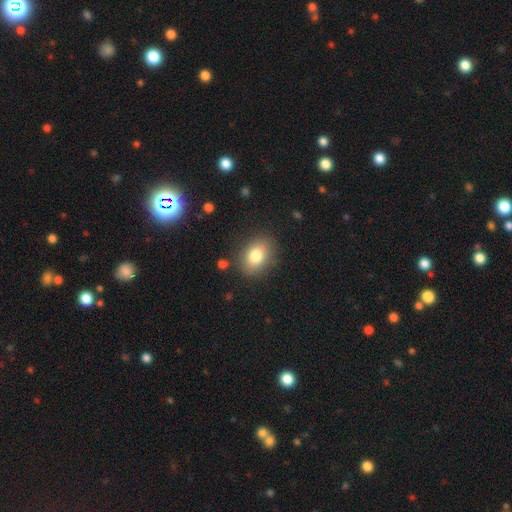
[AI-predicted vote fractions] This appears to be a smooth galaxy with no disk features (80%) that is in between round and cigar-shaped (67%). Merging: none (83%).